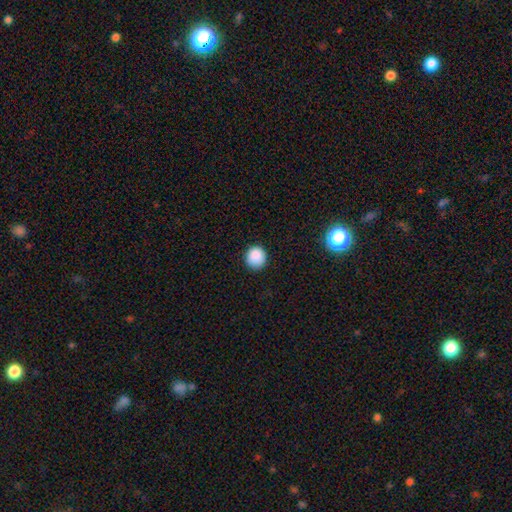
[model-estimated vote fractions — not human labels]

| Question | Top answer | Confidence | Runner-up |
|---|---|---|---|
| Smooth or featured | smooth | 87% | star or artifact (10%) |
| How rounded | round | 92% | in between (7%) |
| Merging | none | 88% | minor disturbance (9%) |